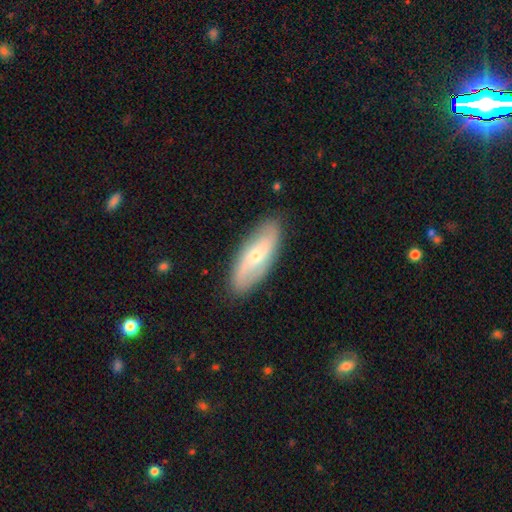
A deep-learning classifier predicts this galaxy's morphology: Q: Smooth or featured?
A: featured or disk (57%); runner-up: smooth (37%)
Q: Edge-on disk?
A: no (83%); runner-up: yes (17%)
Q: Merging?
A: none (86%); runner-up: minor disturbance (11%)